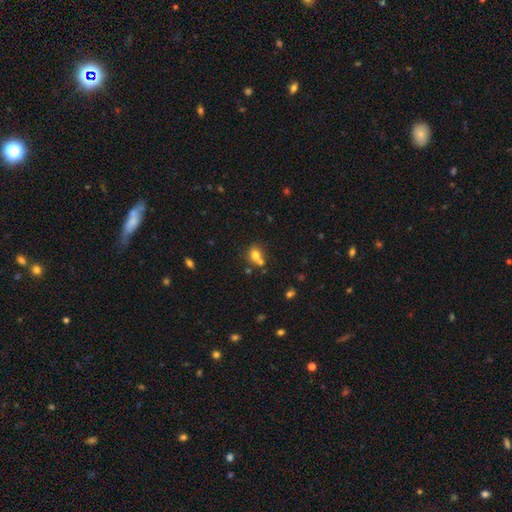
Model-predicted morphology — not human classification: This is likely a smooth galaxy (75%). How rounded: likely round (60%). Merging: possibly none (46%).